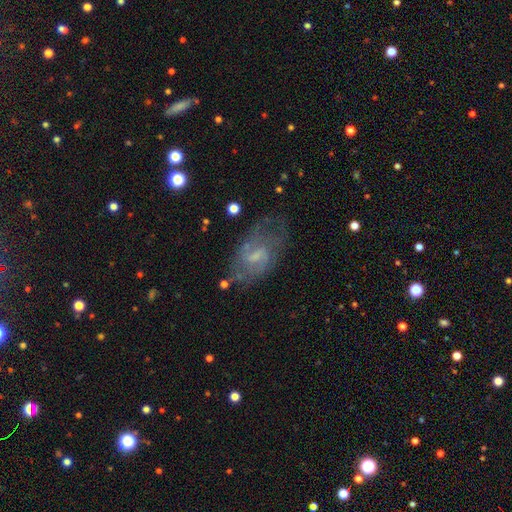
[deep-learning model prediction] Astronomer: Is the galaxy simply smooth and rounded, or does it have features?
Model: featured or disk — 68%.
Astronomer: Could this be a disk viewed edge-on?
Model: no — 95%.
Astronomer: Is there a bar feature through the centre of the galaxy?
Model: weak — 59%.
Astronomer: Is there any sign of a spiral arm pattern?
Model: yes — 79%.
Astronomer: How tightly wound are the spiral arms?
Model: medium — 46% (runner-up: loose, 30%).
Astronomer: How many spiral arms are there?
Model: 2 — 57%.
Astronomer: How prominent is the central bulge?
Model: small — 44% (runner-up: none, 26%).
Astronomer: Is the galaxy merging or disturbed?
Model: none — 58%.